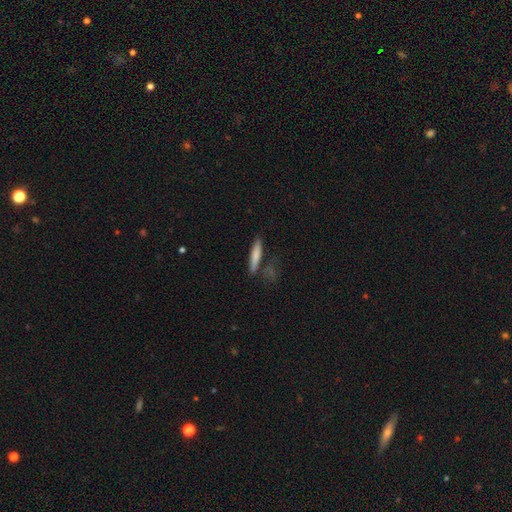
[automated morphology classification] Q: Smooth or featured?
A: smooth (73%); runner-up: featured or disk (21%)
Q: How rounded?
A: cigar-shaped (89%); runner-up: in between (9%)
Q: Merging?
A: none (75%); runner-up: minor disturbance (14%)